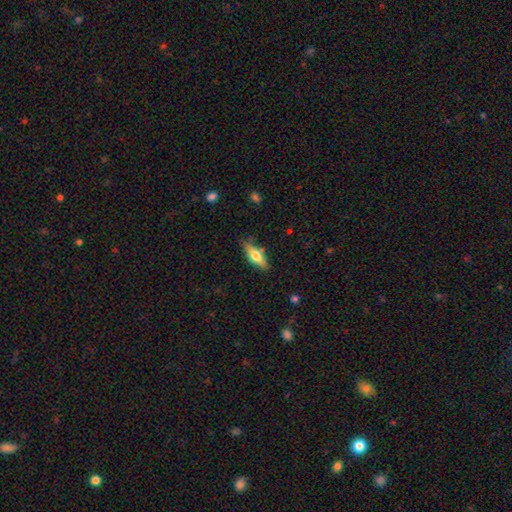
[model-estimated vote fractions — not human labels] Smooth or featured?
  - smooth: 56% *
  - featured or disk: 37%
  - star or artifact: 7%
How rounded?
  - in between: 49% *
  - cigar-shaped: 48%
  - round: 3%
Merging?
  - none: 79% *
  - minor disturbance: 15%
  - major disturbance: 3%
  - merger: 3%